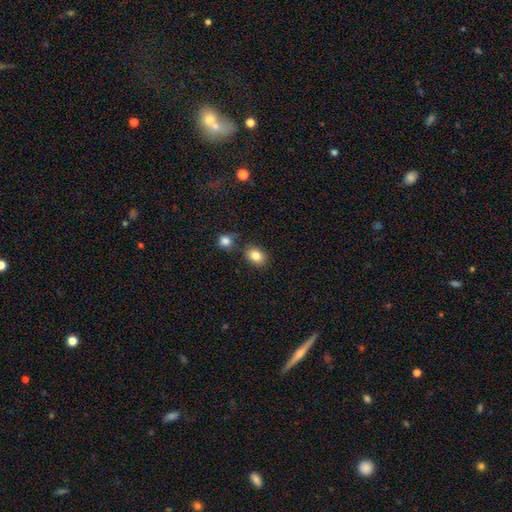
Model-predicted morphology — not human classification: Smooth or featured: smooth — 84% (star or artifact — 9%)
How rounded: in between — 68% (round — 31%)
Merging: none — 79% (minor disturbance — 10%)